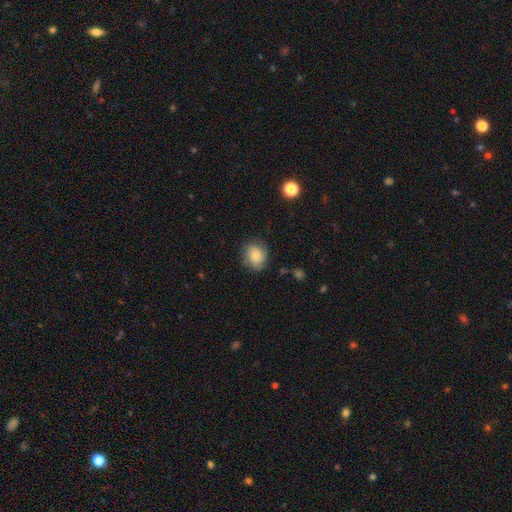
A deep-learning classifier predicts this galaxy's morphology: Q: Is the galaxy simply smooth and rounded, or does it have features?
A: smooth — 75%.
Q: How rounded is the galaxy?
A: round — 64%.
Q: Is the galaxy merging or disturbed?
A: none — 76%.